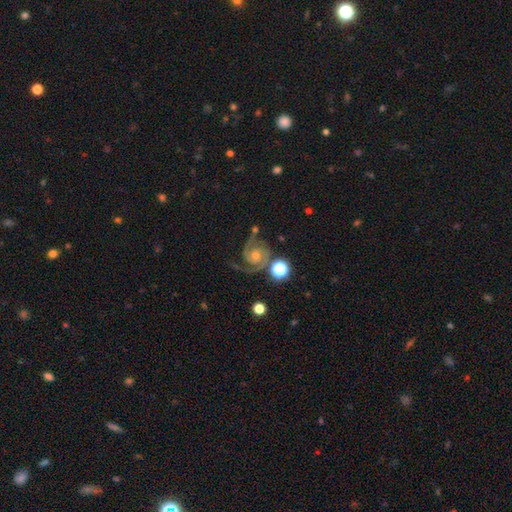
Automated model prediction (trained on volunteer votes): A featured or disk galaxy (88%) with no bar (73%), 2 (79%) tight (45%, tied with medium) spiral arms (98%) and a moderate central bulge (50%).

Vote fractions:
- Smooth or featured? featured or disk: 88% / star or artifact: 7% / smooth: 5%
- Edge-on disk? no: 98% / yes: 2%
- Bar? no: 73% / weak: 21% / strong: 6%
- Spiral arms? yes: 98% / no: 2%
- Spiral winding? tight: 45% (tied) / medium: 45% (tied) / loose: 10%
- Spiral arm count? 2: 79% / 3: 9% / can't tell: 4% / 1: 4% / 4: 2% / more than 4: 2%
- Bulge size? moderate: 50% / small: 44% / large: 3% / none: 3% / dominant: 1%
- Merging? none: 67% / minor disturbance: 17% / major disturbance: 10% / merger: 6%